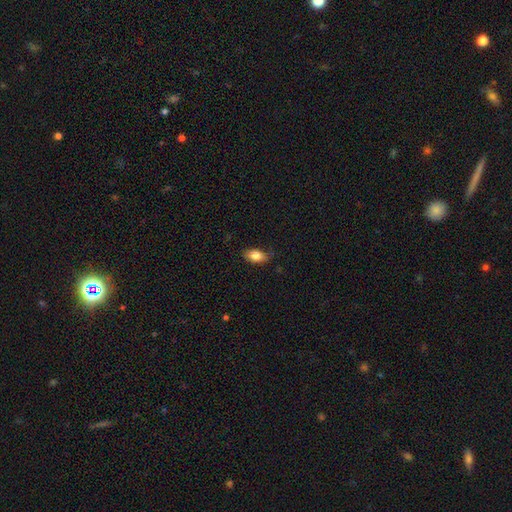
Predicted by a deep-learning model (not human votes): Smooth or featured?
  - smooth: 83% *
  - featured or disk: 10%
  - star or artifact: 7%
How rounded?
  - in between: 90% *
  - round: 6%
  - cigar-shaped: 3%
Merging?
  - none: 77% *
  - minor disturbance: 19%
  - major disturbance: 3%
  - merger: 1%